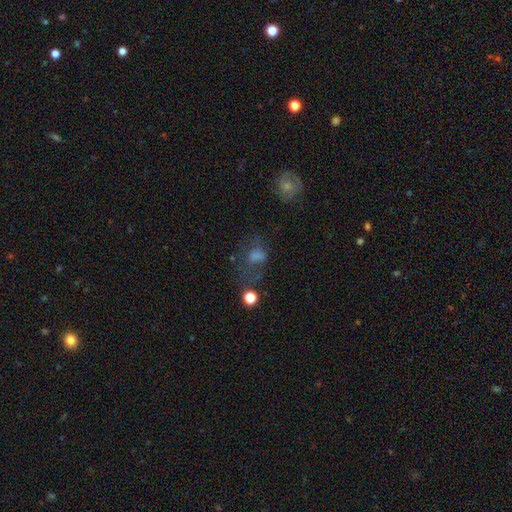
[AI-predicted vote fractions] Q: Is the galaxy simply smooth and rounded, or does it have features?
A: smooth — 46%.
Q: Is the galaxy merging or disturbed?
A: none — 44%.